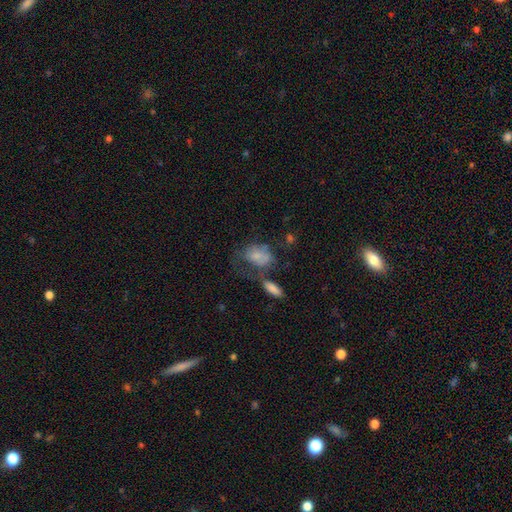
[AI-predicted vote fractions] smooth-or-featured: smooth: 53% | featured or disk: 32% | star or artifact: 15%
  how-rounded: in between: 73% | round: 25% | cigar-shaped: 3%
  merging: none: 33% | major disturbance: 24% | merger: 23% | minor disturbance: 20%